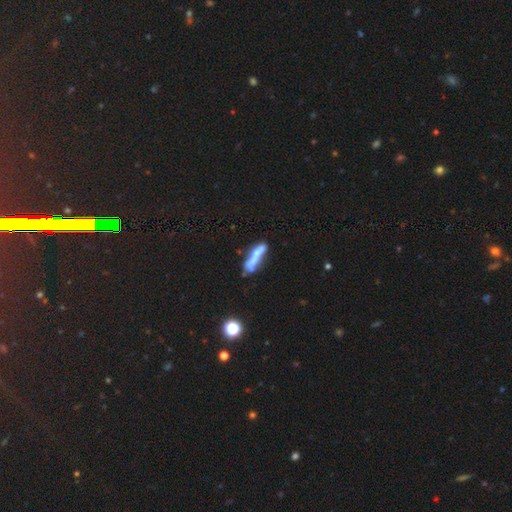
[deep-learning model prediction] A smooth galaxy with no disk features (46%).

Vote fractions:
- Smooth or featured? smooth: 46% / featured or disk: 45% / star or artifact: 9%
- Merging? none: 34% / merger: 31% / minor disturbance: 19% / major disturbance: 16%